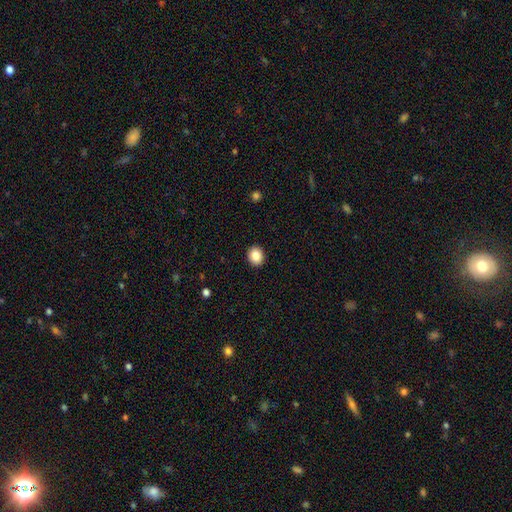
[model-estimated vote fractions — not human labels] Overall: smooth (86%). How rounded: round (63%; in between 36%). Merging: none (92%).